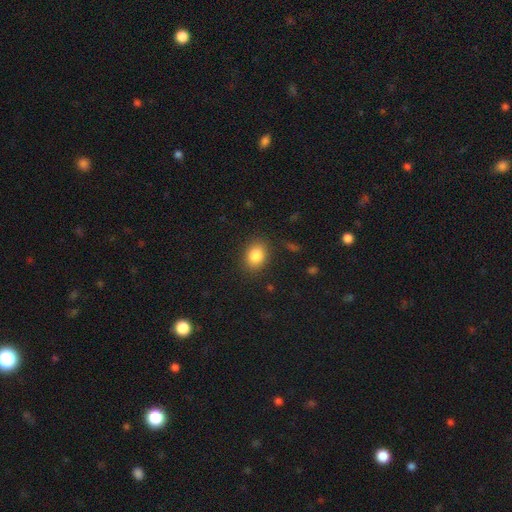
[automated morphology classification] smooth_or_featured: smooth (p=0.84) [alt: star or artifact p=0.09]
how_rounded: in between (p=0.61) [alt: round p=0.38]
merging: none (p=0.85) [alt: minor disturbance p=0.10]